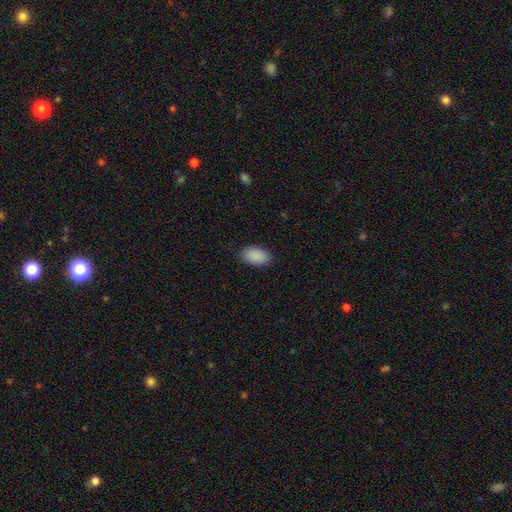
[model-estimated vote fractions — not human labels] Morphology: type=smooth (91%); roundness=in between (94%); merging=none (86%).